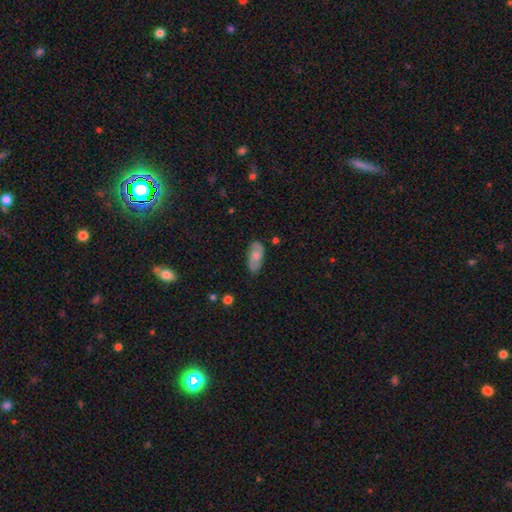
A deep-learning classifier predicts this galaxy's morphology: type=smooth (57%); roundness=in between (88%); merging=none (79%).